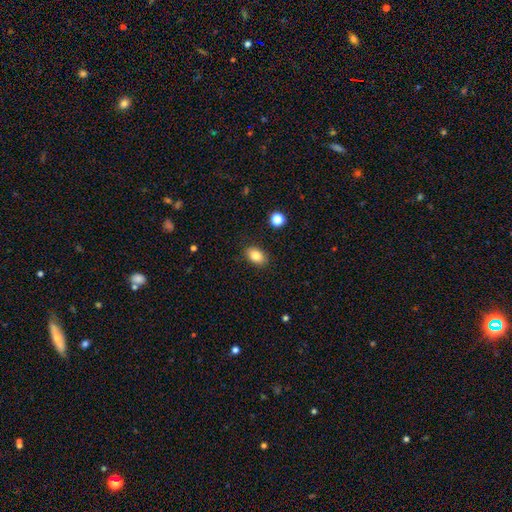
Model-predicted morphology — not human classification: Overall: smooth (84%). How rounded: in between (84%). Merging: none (86%).